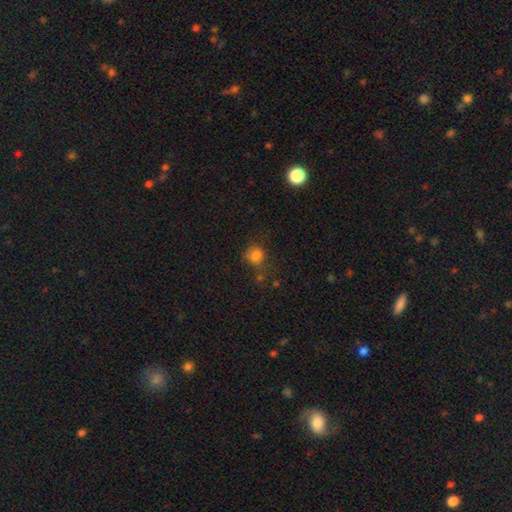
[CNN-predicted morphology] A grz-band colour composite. It shows a smooth galaxy with no disk features (79%) that is round (76%). Merging: none (60%).